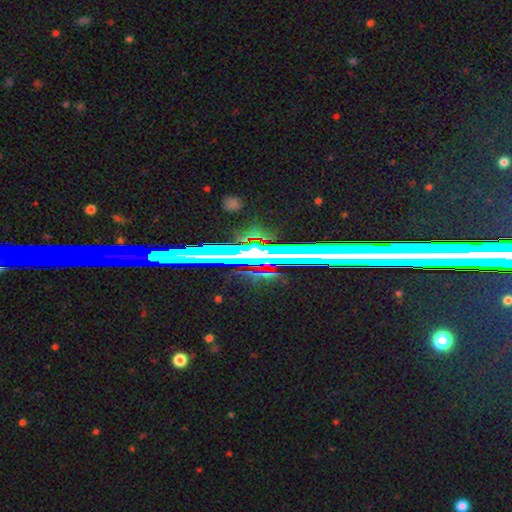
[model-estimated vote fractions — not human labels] Morphology: type=star or artifact (64%).